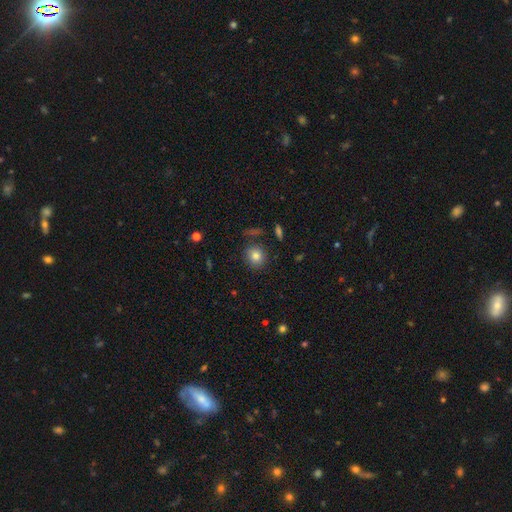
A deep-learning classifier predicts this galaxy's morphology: smooth_or_featured: smooth (p=0.81) [alt: star or artifact p=0.10]
how_rounded: round (p=0.84) [alt: in between p=0.15]
merging: none (p=0.83) [alt: minor disturbance p=0.10]